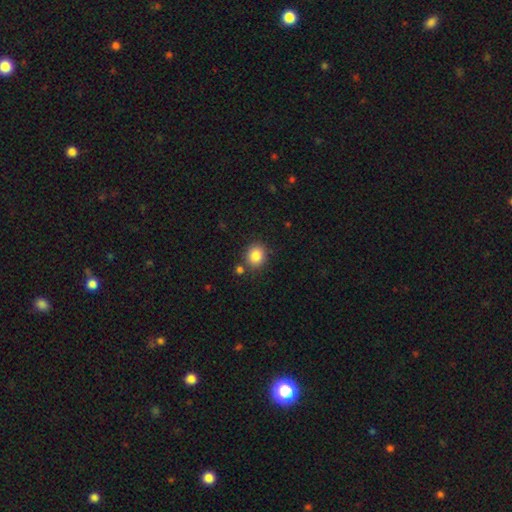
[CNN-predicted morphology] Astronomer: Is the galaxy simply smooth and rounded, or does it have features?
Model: smooth — 86%.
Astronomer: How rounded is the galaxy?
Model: round — 75%.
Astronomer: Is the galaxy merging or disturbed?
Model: none — 80%.